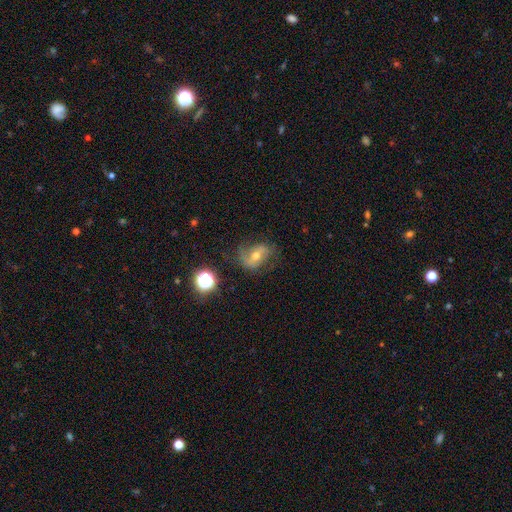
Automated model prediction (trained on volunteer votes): Smooth or featured? Predicted: featured or disk (p=0.66). Edge-on disk? Predicted: no (p=0.96). Bar? Predicted: weak (p=0.41). Spiral arms? Predicted: yes (p=0.87). Spiral winding? Predicted: loose (p=0.52). Spiral arm count? Predicted: 2 (p=0.76). Bulge size? Predicted: moderate (p=0.65). Merging? Predicted: none (p=0.61).